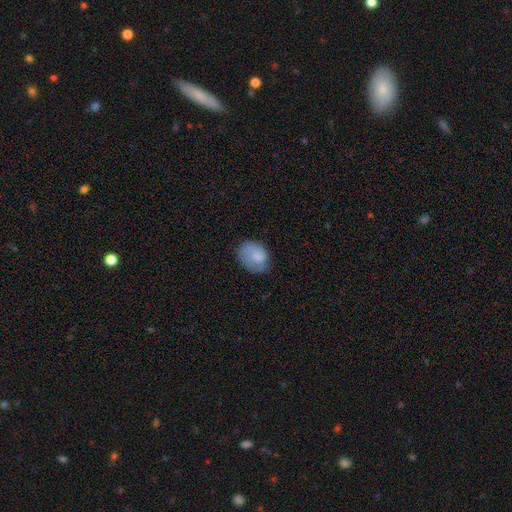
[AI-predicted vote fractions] This is likely a smooth galaxy (76%). How rounded: possibly in between (52%). Merging: possibly none (54%).